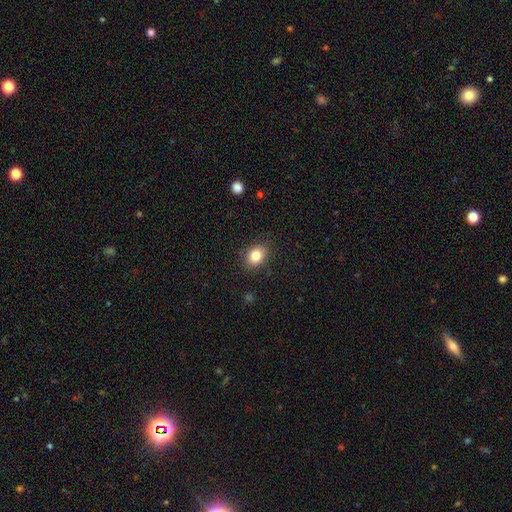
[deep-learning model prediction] Morphology: type=smooth (83%); roundness=in between (61%); merging=none (86%).